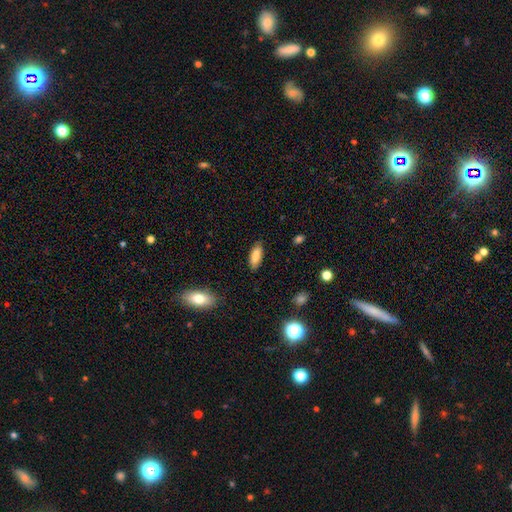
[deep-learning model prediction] Smooth or featured?
  - smooth: 85% *
  - featured or disk: 8%
  - star or artifact: 7%
How rounded?
  - in between: 75% *
  - cigar-shaped: 23%
  - round: 2%
Merging?
  - none: 85% *
  - minor disturbance: 12%
  - major disturbance: 2%
  - merger: 1%